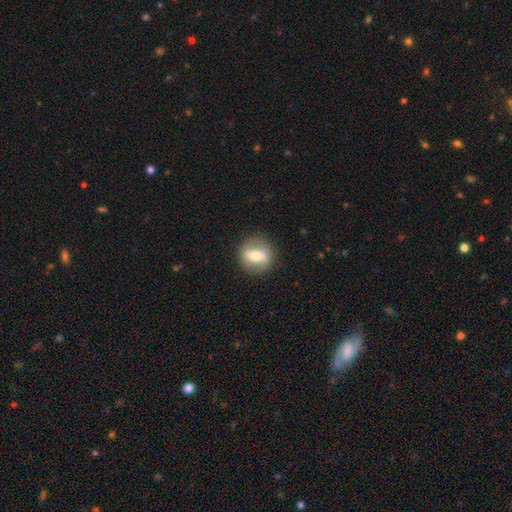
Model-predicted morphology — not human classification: Smooth or featured?
  - featured or disk: 49% *
  - smooth: 44%
  - star or artifact: 8%
Merging?
  - none: 86% *
  - minor disturbance: 10%
  - major disturbance: 4%
  - merger: 1%